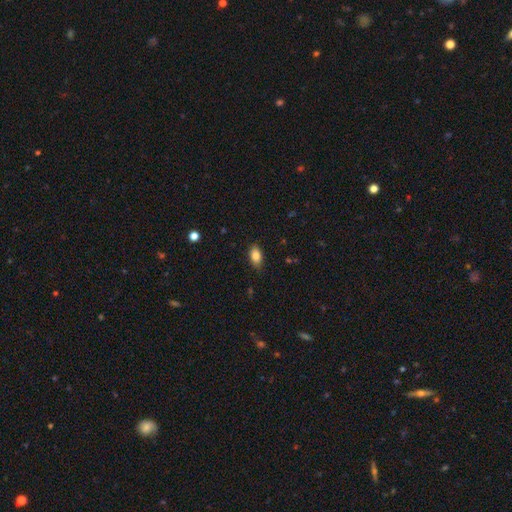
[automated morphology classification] Smooth or featured? smooth (85%)
How rounded? in between (90%)
Merging? none (84%)